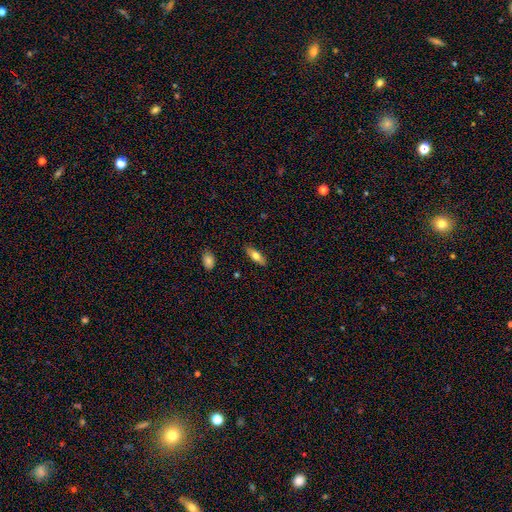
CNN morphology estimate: type=smooth (64%); roundness=in between (57%); merging=none (88%).